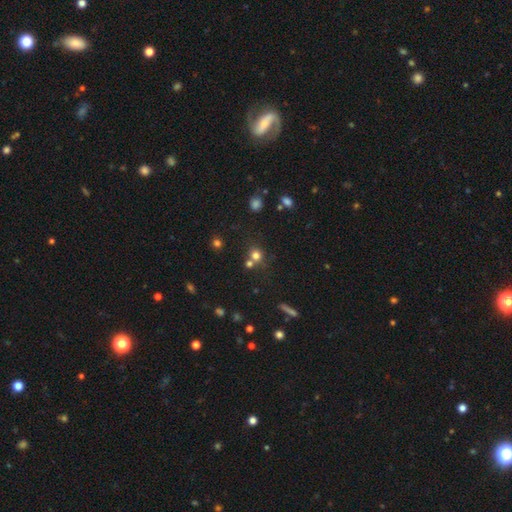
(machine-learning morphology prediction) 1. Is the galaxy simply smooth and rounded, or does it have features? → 72% smooth, 19% star or artifact, 9% featured or disk.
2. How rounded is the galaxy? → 88% round, 11% in between, 1% cigar-shaped.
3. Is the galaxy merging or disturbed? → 57% none, 31% merger, 8% minor disturbance, 4% major disturbance.